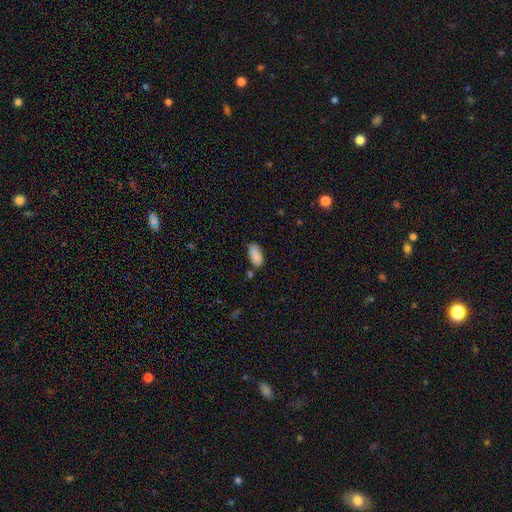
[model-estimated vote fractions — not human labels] Smooth or featured? Predicted: smooth (p=0.87). How rounded? Predicted: in between (p=0.91). Merging? Predicted: none (p=0.69).